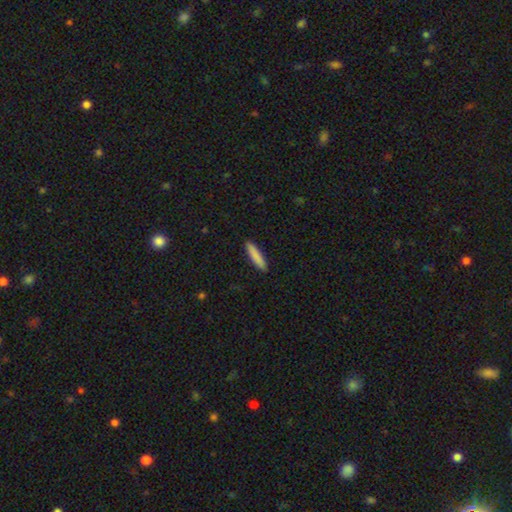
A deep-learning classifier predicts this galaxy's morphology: Q: Smooth or featured?
A: smooth (86%); runner-up: featured or disk (8%)
Q: How rounded?
A: cigar-shaped (86%); runner-up: in between (13%)
Q: Merging?
A: none (91%); runner-up: minor disturbance (7%)